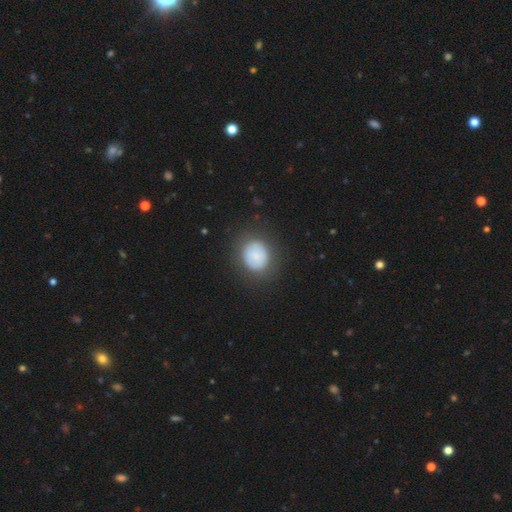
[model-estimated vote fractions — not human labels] A smooth galaxy with no disk features (78%) that is round (72%).

Vote fractions:
- Smooth or featured? smooth: 78% / featured or disk: 14% / star or artifact: 8%
- How rounded? round: 72% / in between: 27% / cigar-shaped: 1%
- Merging? none: 79% / minor disturbance: 13% / major disturbance: 7% / merger: 1%